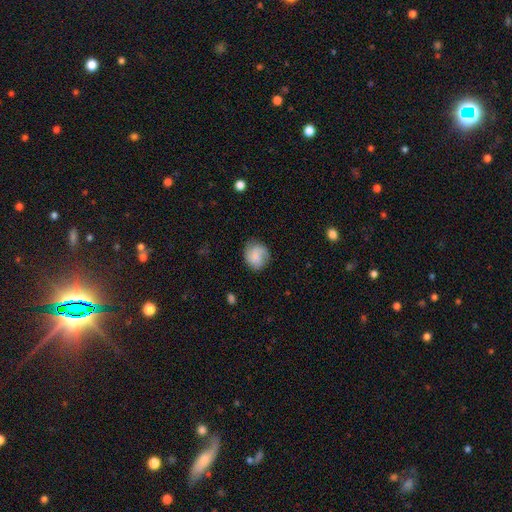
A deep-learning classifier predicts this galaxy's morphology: Smooth or featured?
  - smooth: 51% *
  - featured or disk: 41%
  - star or artifact: 8%
How rounded?
  - round: 74% *
  - in between: 25%
  - cigar-shaped: 1%
Merging?
  - none: 74% *
  - minor disturbance: 18%
  - major disturbance: 7%
  - merger: 1%